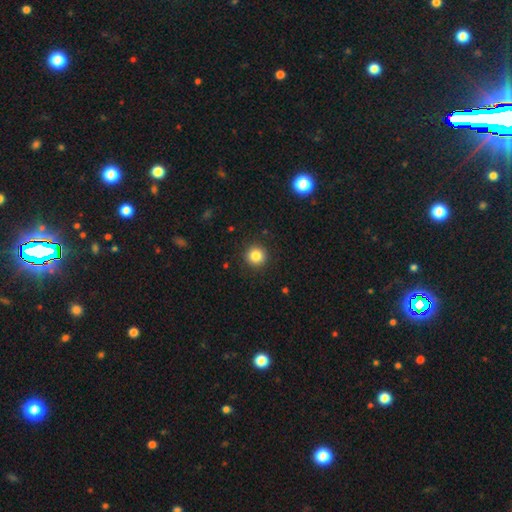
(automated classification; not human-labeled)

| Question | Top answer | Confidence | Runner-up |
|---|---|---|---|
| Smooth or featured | smooth | 84% | star or artifact (11%) |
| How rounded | round | 94% | in between (5%) |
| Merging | none | 92% | minor disturbance (5%) |